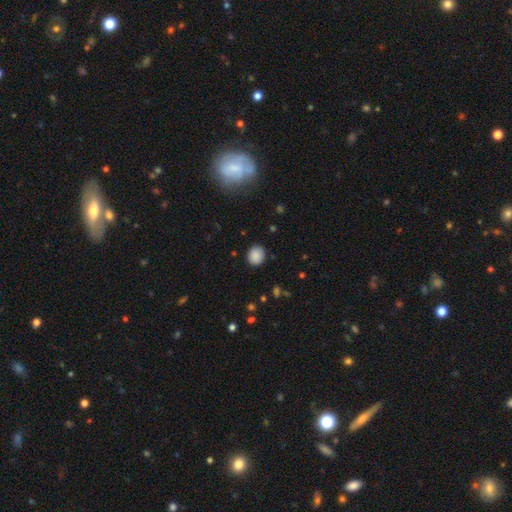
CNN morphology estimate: Smooth or featured? smooth (87%)
How rounded? round (72%)
Merging? none (87%)